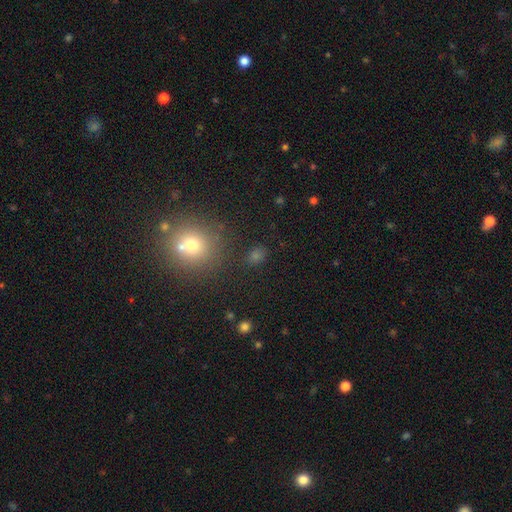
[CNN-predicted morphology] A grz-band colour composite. It shows a smooth galaxy with no disk features (66%) that is round (51%). Merging: none (79%).